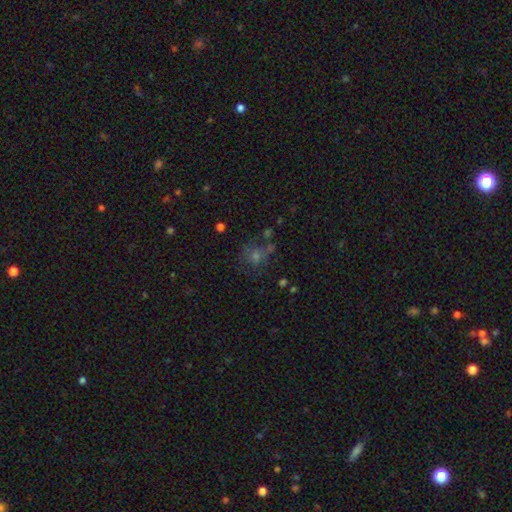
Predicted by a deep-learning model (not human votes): Smooth or featured: smooth — 47% (star or artifact — 33%)
Merging: none — 61% (minor disturbance — 16%)